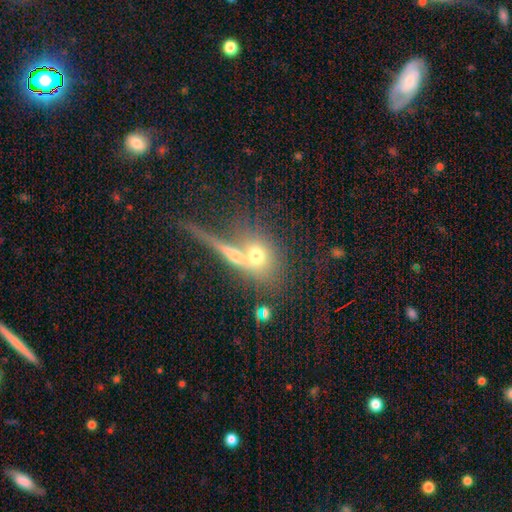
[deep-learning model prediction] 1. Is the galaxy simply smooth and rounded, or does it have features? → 56% smooth, 29% featured or disk, 15% star or artifact.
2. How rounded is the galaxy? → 58% round, 30% in between, 12% cigar-shaped.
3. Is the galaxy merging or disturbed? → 41% merger (tied), 41% none (tied), 10% minor disturbance, 9% major disturbance.